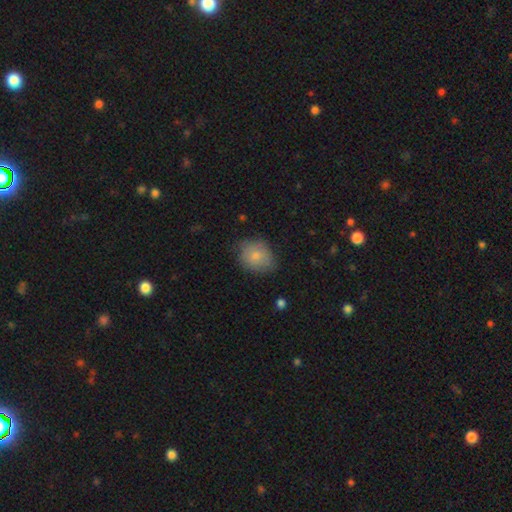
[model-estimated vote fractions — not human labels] The model was most divided on "how rounded": round: 58%, in between: 41%, cigar-shaped: 1%. More confident: smooth or featured — smooth (75%); merging — none (68%).